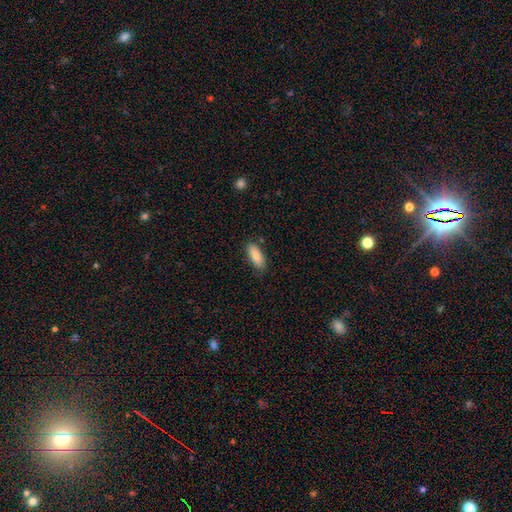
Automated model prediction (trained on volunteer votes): smooth_or_featured: smooth (p=0.86) [alt: featured or disk p=0.07]
how_rounded: in between (p=0.79) [alt: cigar-shaped p=0.19]
merging: none (p=0.84) [alt: minor disturbance p=0.12]